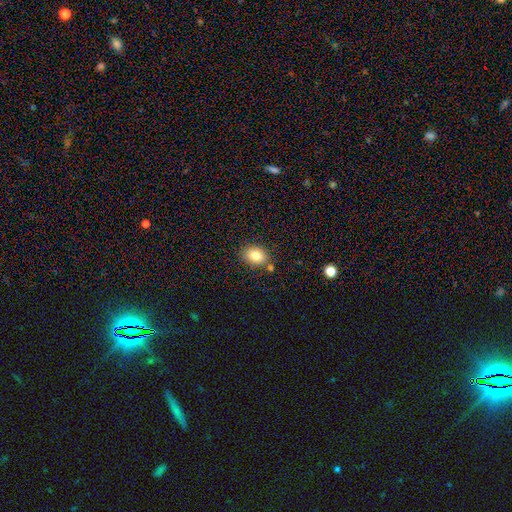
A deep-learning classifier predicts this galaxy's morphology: The model was most divided on "how rounded": in between: 64%, round: 35%, cigar-shaped: 1%. More confident: smooth or featured — smooth (82%); merging — none (78%).